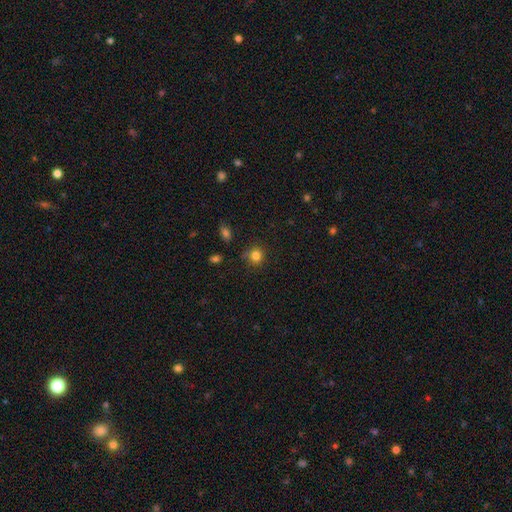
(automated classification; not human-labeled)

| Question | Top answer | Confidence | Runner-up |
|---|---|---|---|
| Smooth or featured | smooth | 83% | star or artifact (12%) |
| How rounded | round | 87% | in between (12%) |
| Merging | none | 75% | minor disturbance (17%) |